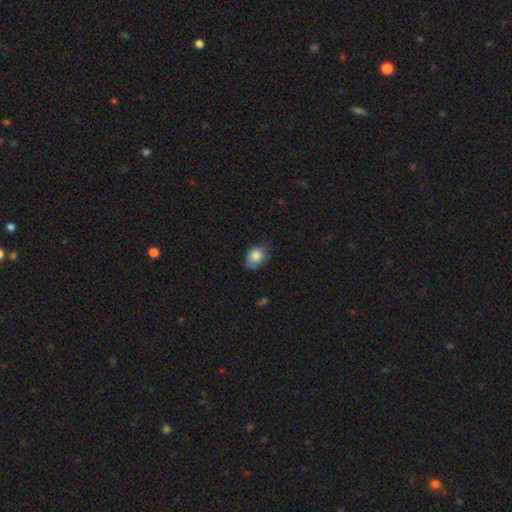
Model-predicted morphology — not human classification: Q: Smooth or featured?
A: smooth (82%); runner-up: featured or disk (10%)
Q: How rounded?
A: in between (61%); runner-up: round (38%)
Q: Merging?
A: none (55%); runner-up: minor disturbance (34%)